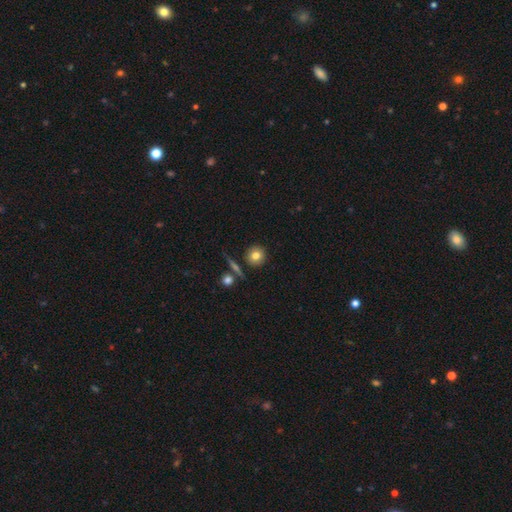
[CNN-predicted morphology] This appears to be a smooth galaxy with no disk features (79%) that is round (89%). Merging: none (83%).